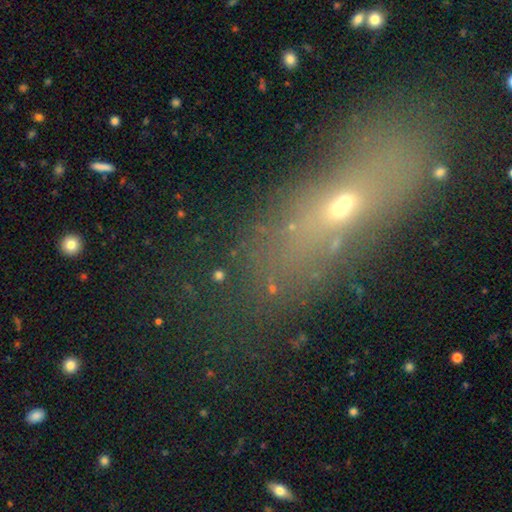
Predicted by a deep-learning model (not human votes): Morphology: type=smooth (44%); merging=none (63%).